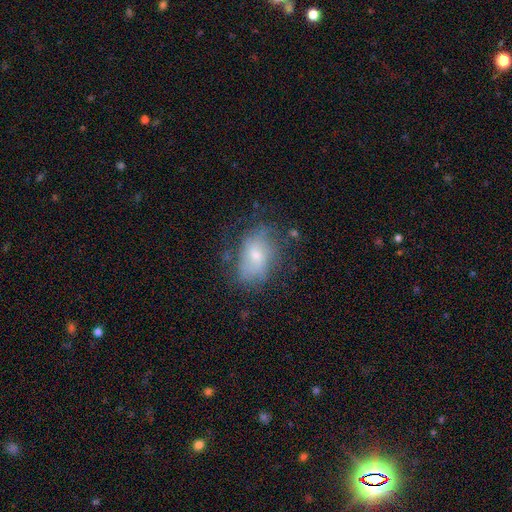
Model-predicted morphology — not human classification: type=smooth (53%); roundness=in between (82%); merging=none (55%).